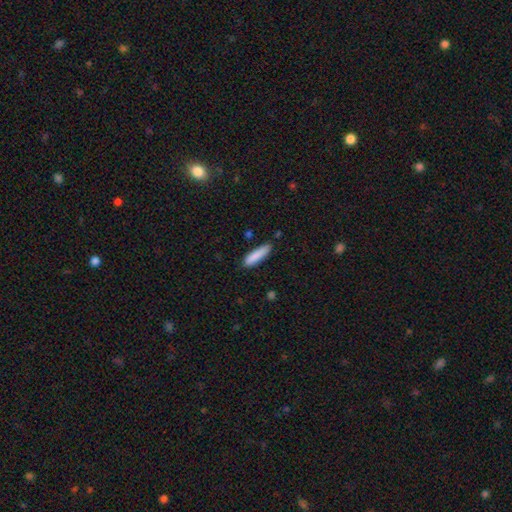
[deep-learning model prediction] Morphology: type=smooth (87%); roundness=cigar-shaped (76%); merging=none (84%).